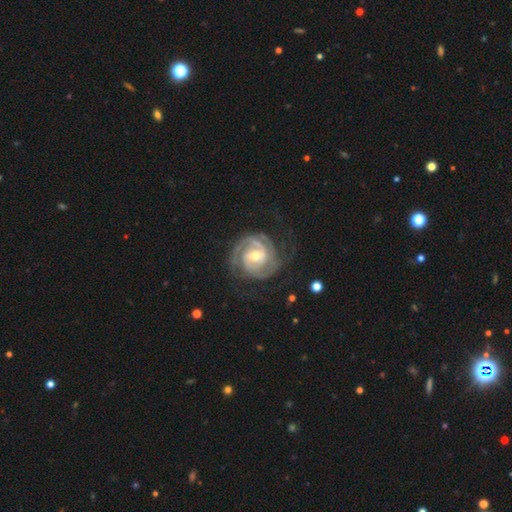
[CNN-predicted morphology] smooth_or_featured: featured or disk (p=0.92) [alt: star or artifact p=0.04]
disk_edge_on: no (p=0.98) [alt: yes p=0.02]
bar: no (p=0.44) [alt: weak p=0.42]
has_spiral_arms: yes (p=0.98) [alt: no p=0.02]
spiral_winding: tight (p=0.66) [alt: medium p=0.29]
spiral_arm_count: 2 (p=0.67) [alt: 3 p=0.15]
bulge_size: moderate (p=0.54) [alt: small p=0.42]
merging: none (p=0.74) [alt: minor disturbance p=0.16]